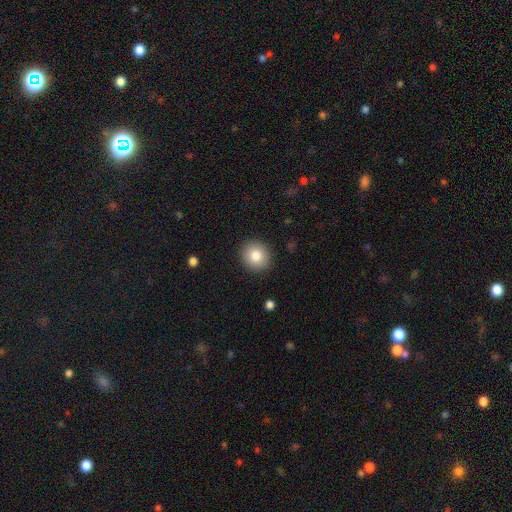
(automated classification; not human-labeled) Overall: smooth (83%). How rounded: round (87%). Merging: none (91%).